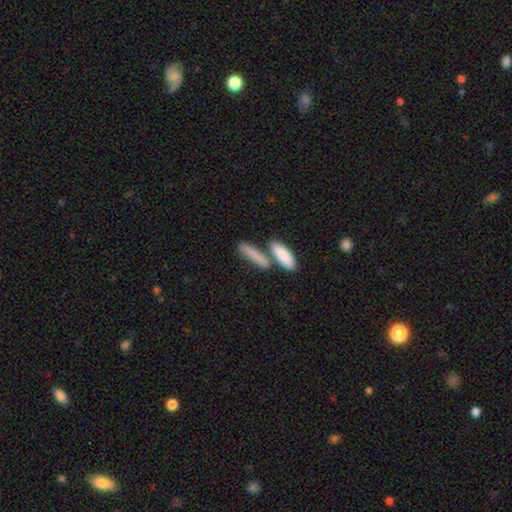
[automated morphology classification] Smooth or featured?
  - smooth: 79% *
  - featured or disk: 14%
  - star or artifact: 7%
How rounded?
  - cigar-shaped: 69% *
  - in between: 28%
  - round: 3%
Merging?
  - none: 53% *
  - merger: 32%
  - minor disturbance: 10%
  - major disturbance: 4%